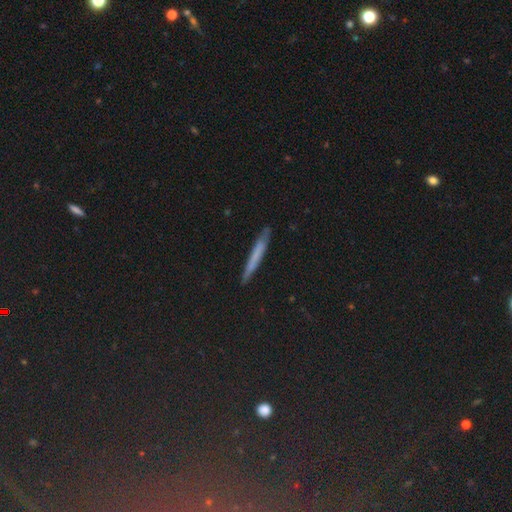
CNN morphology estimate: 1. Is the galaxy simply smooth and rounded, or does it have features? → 60% smooth, 27% featured or disk, 13% star or artifact.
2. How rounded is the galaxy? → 95% cigar-shaped, 3% in between, 2% round.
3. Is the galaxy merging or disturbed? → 87% none, 10% minor disturbance, 2% major disturbance, 1% merger.